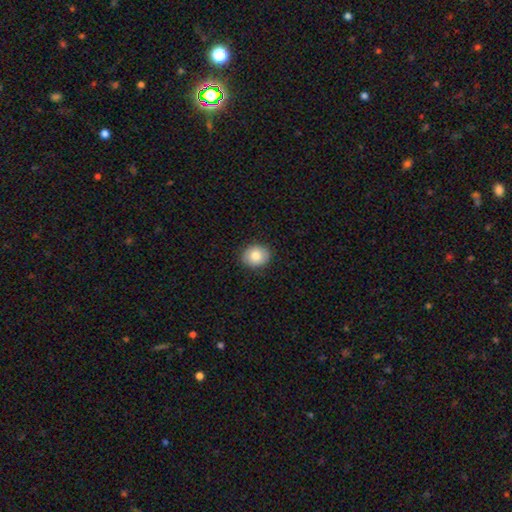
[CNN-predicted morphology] A smooth galaxy with no disk features (81%) that is round (60%).

Vote fractions:
- Smooth or featured? smooth: 81% / featured or disk: 11% / star or artifact: 8%
- How rounded? round: 60% / in between: 39% / cigar-shaped: 1%
- Merging? none: 89% / minor disturbance: 8% / major disturbance: 2% / merger: 1%